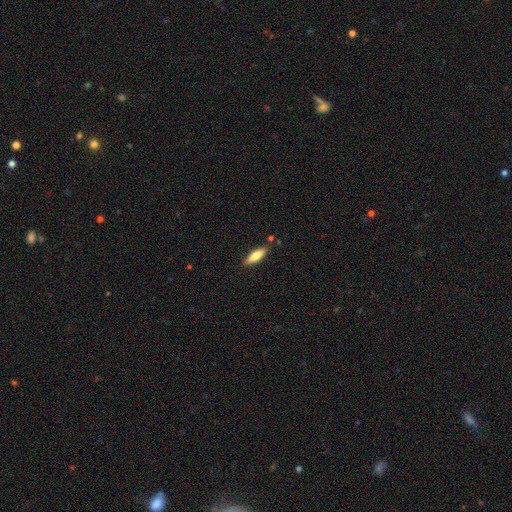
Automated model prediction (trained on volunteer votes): Smooth or featured? smooth (77%)
How rounded? in between (50%)
Merging? none (84%)